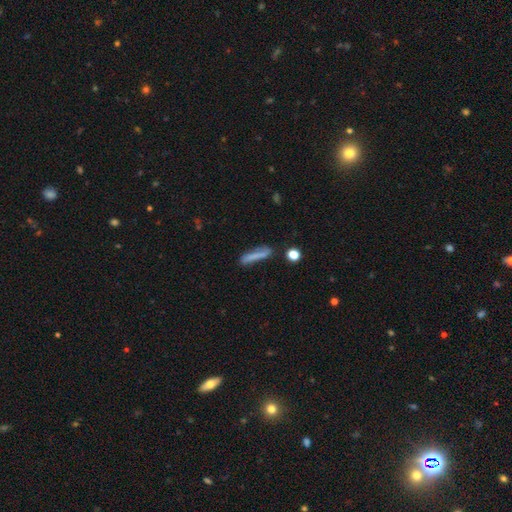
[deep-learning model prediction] Smooth or featured: smooth — 68% (featured or disk — 23%)
How rounded: cigar-shaped — 85% (in between — 12%)
Merging: none — 71% (minor disturbance — 18%)